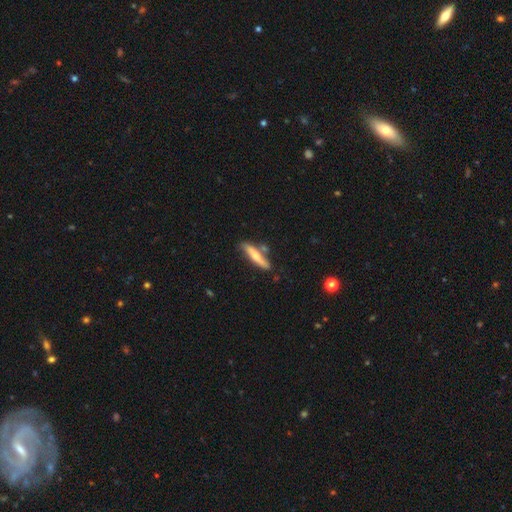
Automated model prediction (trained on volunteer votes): Morphology: type=smooth (54%); roundness=cigar-shaped (85%); merging=none (72%).